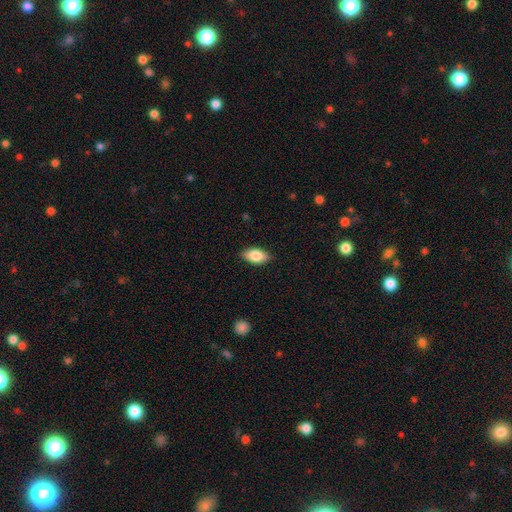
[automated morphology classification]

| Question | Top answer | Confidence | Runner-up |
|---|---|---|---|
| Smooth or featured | smooth | 83% | featured or disk (10%) |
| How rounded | in between | 91% | cigar-shaped (4%) |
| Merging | none | 87% | minor disturbance (10%) |